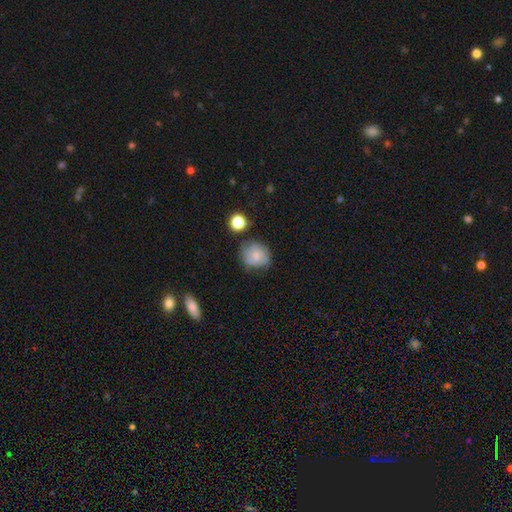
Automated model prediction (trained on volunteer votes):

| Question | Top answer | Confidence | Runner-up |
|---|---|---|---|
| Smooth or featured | smooth | 66% | featured or disk (25%) |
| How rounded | round | 74% | in between (25%) |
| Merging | none | 63% | minor disturbance (25%) |